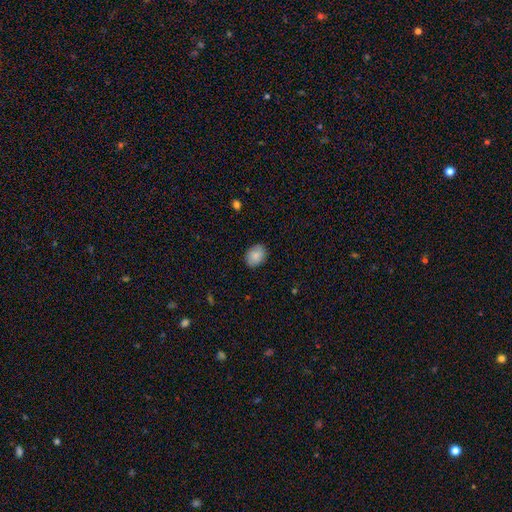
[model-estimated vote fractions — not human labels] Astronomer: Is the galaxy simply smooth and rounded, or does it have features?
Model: smooth — 85%.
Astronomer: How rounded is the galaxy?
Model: in between — 64%.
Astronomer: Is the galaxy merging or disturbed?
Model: none — 86%.